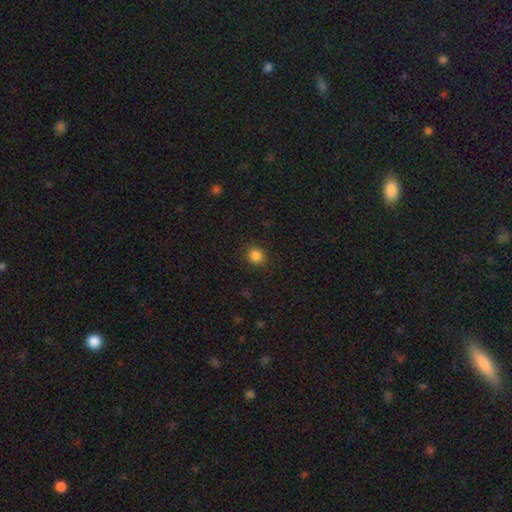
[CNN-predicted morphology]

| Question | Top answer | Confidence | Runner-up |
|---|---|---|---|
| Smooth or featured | smooth | 84% | star or artifact (12%) |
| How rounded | round | 84% | in between (15%) |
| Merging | none | 88% | minor disturbance (8%) |